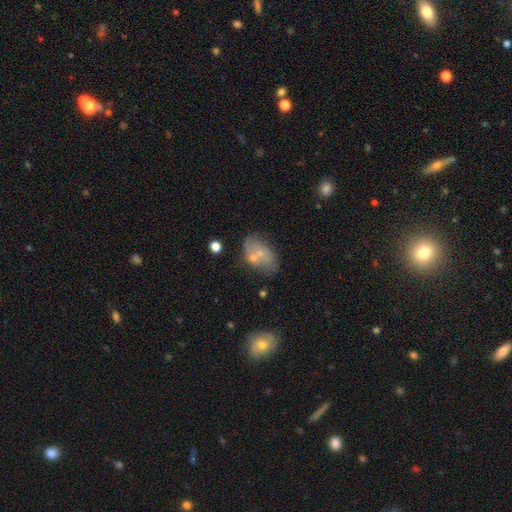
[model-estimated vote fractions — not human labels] smooth_or_featured: smooth (p=0.46) [alt: featured or disk p=0.43]
merging: none (p=0.42) [alt: merger p=0.26]